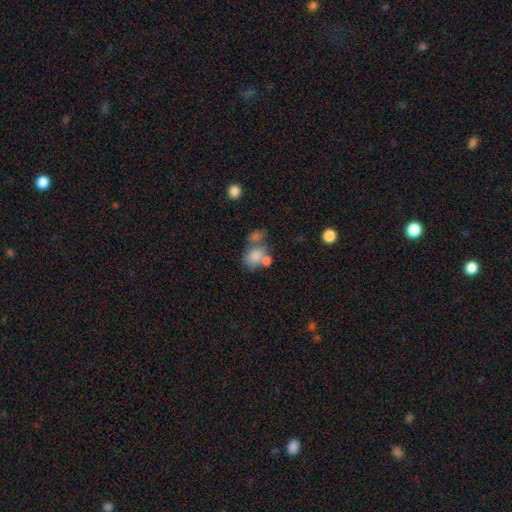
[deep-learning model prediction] A smooth galaxy with no disk features (75%) that is in between round and cigar-shaped (65%). Merging: merger (47%).